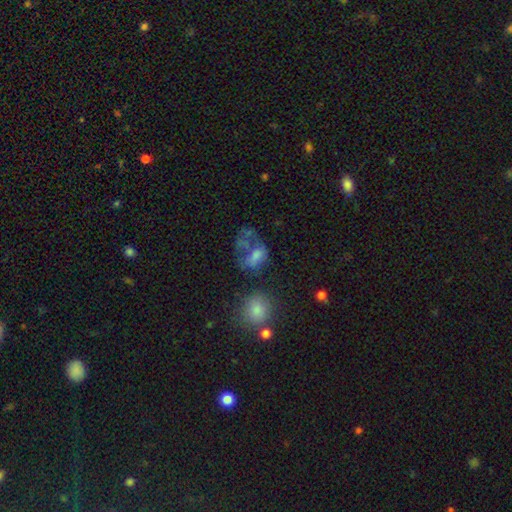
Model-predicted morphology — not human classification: smooth_or_featured: smooth (p=0.56) [alt: featured or disk p=0.27]
how_rounded: in between (p=0.64) [alt: round p=0.33]
merging: major disturbance (p=0.34) [alt: none p=0.27]